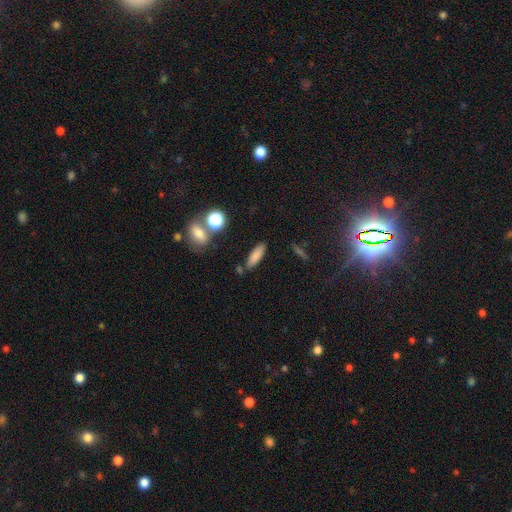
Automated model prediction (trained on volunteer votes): A smooth galaxy with no disk features (81%) that is cigar-shaped (52%).

Vote fractions:
- Smooth or featured? smooth: 81% / star or artifact: 10% / featured or disk: 10%
- How rounded? cigar-shaped: 52% / in between: 45% / round: 3%
- Merging? none: 80% / minor disturbance: 11% / merger: 6% / major disturbance: 3%